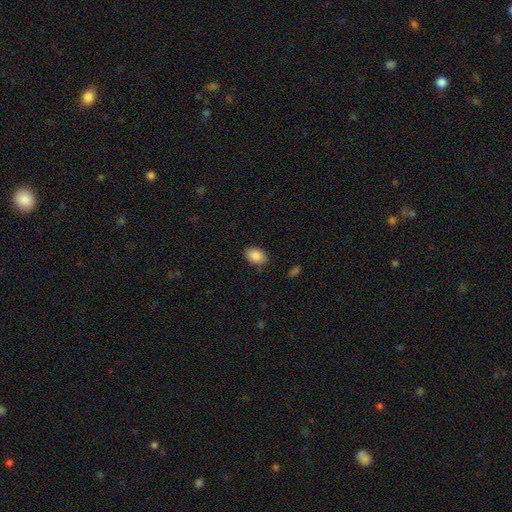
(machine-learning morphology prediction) A smooth galaxy with no disk features (87%) that is in between round and cigar-shaped (83%).

Vote fractions:
- Smooth or featured? smooth: 87% / star or artifact: 7% / featured or disk: 5%
- How rounded? in between: 83% / round: 16% / cigar-shaped: 1%
- Merging? none: 82% / minor disturbance: 14% / major disturbance: 3% / merger: 2%